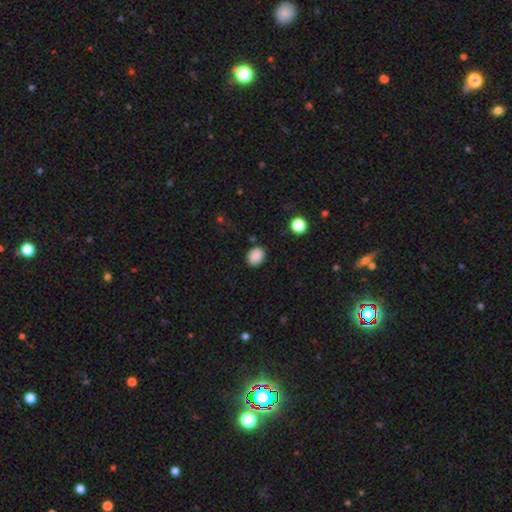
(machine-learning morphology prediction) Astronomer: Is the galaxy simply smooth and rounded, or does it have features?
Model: smooth — 88%.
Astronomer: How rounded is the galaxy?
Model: in between — 56% (runner-up: round, 44%).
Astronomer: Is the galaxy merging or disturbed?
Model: none — 86%.